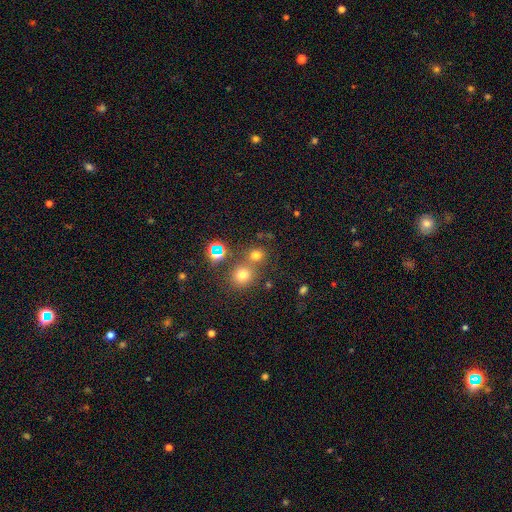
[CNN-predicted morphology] Smooth or featured? Predicted: smooth (p=0.64). How rounded? Predicted: round (p=0.86). Merging? Predicted: none (p=0.63).